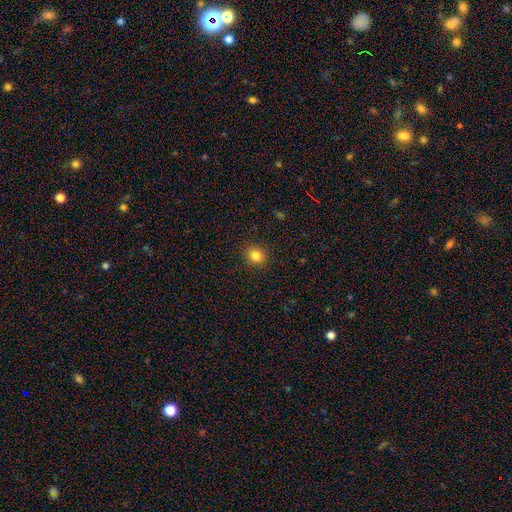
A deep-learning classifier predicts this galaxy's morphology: smooth-or-featured: smooth: 83% | star or artifact: 12% | featured or disk: 5%
  how-rounded: round: 83% | in between: 16% | cigar-shaped: 1%
  merging: none: 90% | minor disturbance: 6% | major disturbance: 2% | merger: 1%